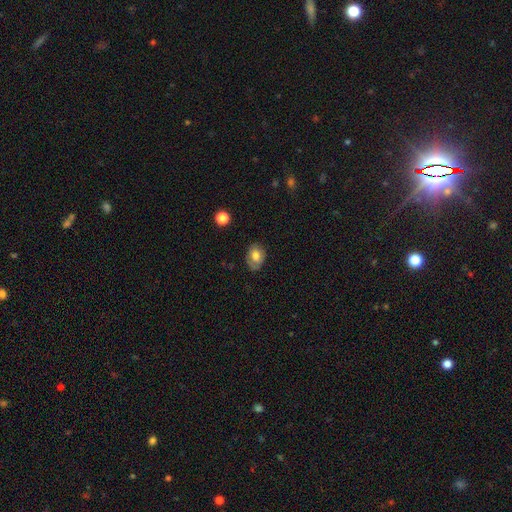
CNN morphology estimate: Overall: smooth (69%). How rounded: in between (66%; round 33%). Merging: none (74%).